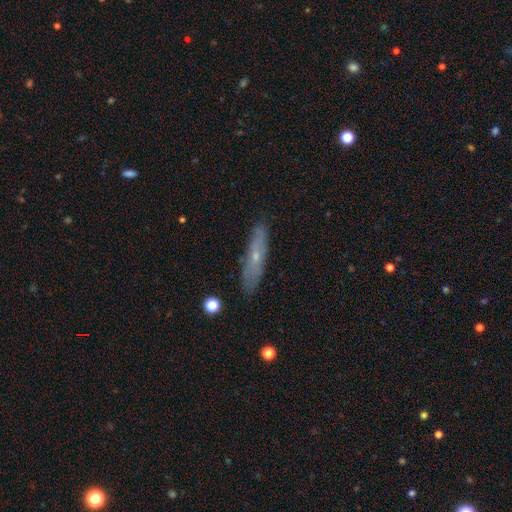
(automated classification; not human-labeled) Smooth or featured: featured or disk — 50% (smooth — 41%)
Edge-on disk: yes — 65% (no — 35%)
Merging: none — 85% (minor disturbance — 11%)